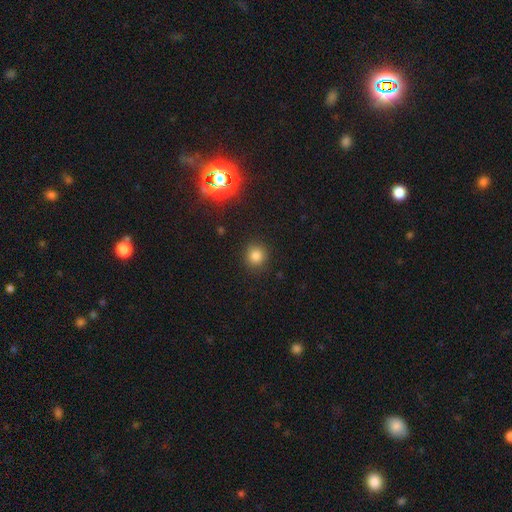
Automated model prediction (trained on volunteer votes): smooth_or_featured: smooth (p=0.81) [alt: star or artifact p=0.14]
how_rounded: round (p=0.91) [alt: in between p=0.08]
merging: none (p=0.89) [alt: minor disturbance p=0.07]